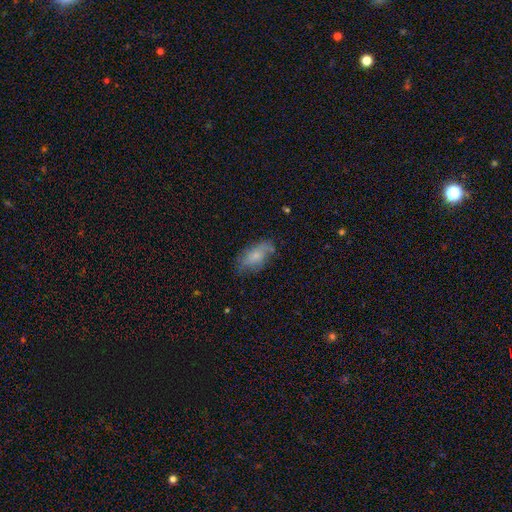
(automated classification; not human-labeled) A smooth galaxy with no disk features (61%) that is in between round and cigar-shaped (89%). Merging: none (62%).